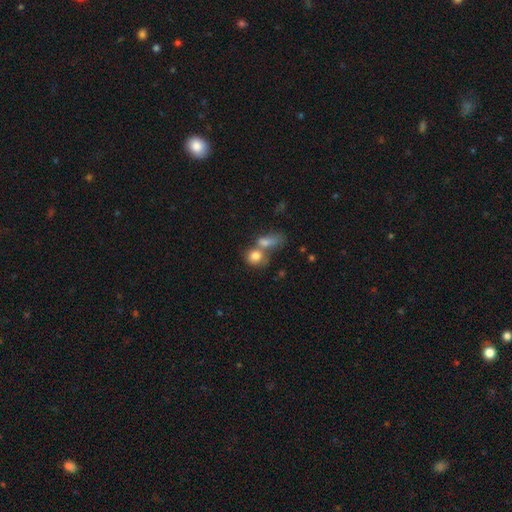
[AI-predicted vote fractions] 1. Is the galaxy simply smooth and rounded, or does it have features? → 79% smooth, 12% featured or disk, 9% star or artifact.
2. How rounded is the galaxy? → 64% round, 33% in between, 3% cigar-shaped.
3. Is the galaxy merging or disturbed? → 55% merger, 30% none, 9% minor disturbance, 6% major disturbance.